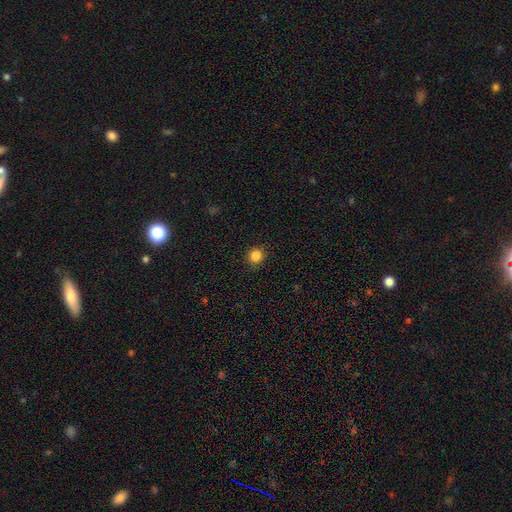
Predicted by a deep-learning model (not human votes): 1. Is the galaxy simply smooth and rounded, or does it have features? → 85% smooth, 12% star or artifact, 4% featured or disk.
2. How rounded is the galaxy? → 92% round, 7% in between, 1% cigar-shaped.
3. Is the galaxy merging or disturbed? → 91% none, 6% minor disturbance, 2% major disturbance, 1% merger.